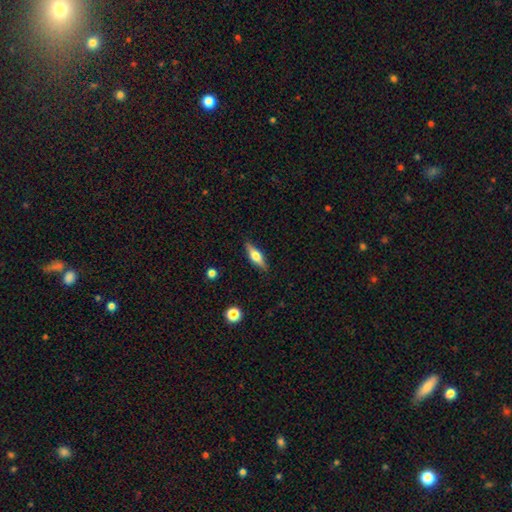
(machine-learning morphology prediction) Overall: featured or disk (52%; smooth 42%). Edge-on disk: yes (94%). Merging: none (88%).